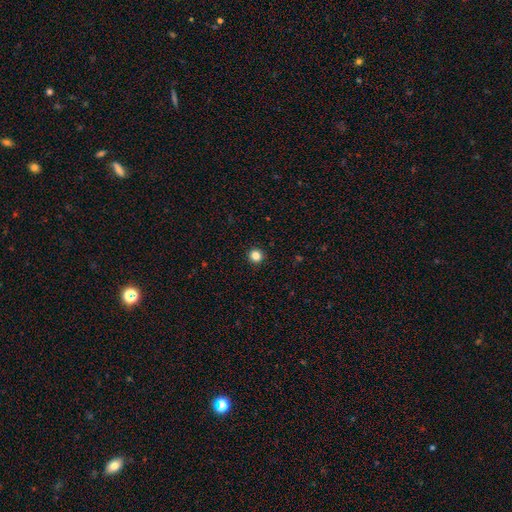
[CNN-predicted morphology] A smooth galaxy with no disk features (84%) that is round (95%).

Vote fractions:
- Smooth or featured? smooth: 84% / star or artifact: 12% / featured or disk: 4%
- How rounded? round: 95% / in between: 4% / cigar-shaped: 1%
- Merging? none: 93% / minor disturbance: 4% / major disturbance: 2% / merger: 1%